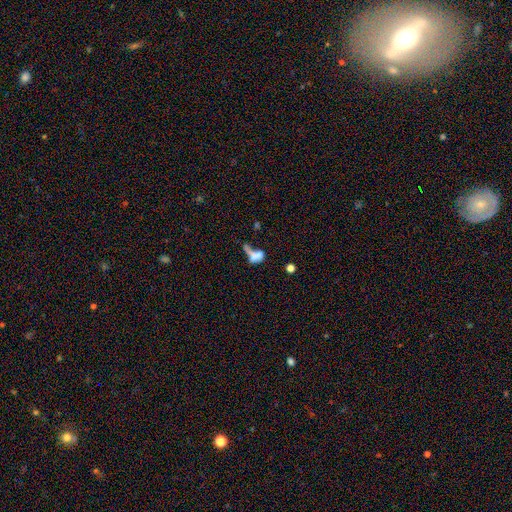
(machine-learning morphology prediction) A smooth galaxy with no disk features (57%) that is in between round and cigar-shaped (65%). Merging: merger (44%).